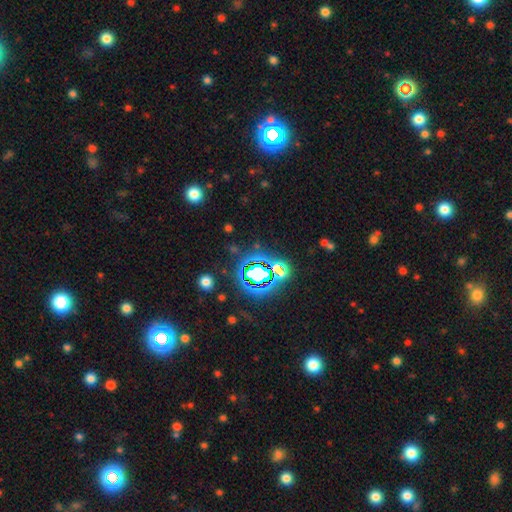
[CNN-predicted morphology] type=star or artifact (78%).